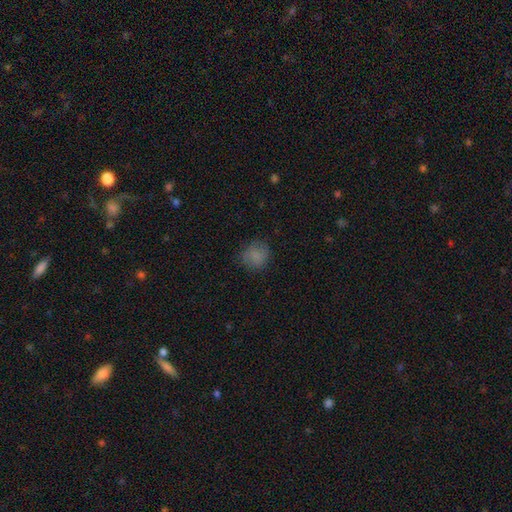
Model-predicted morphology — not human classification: The model was most divided on "merging": none: 76%, minor disturbance: 17%, major disturbance: 5%, merger: 1%. More confident: how rounded — round (81%); smooth or featured — smooth (80%).